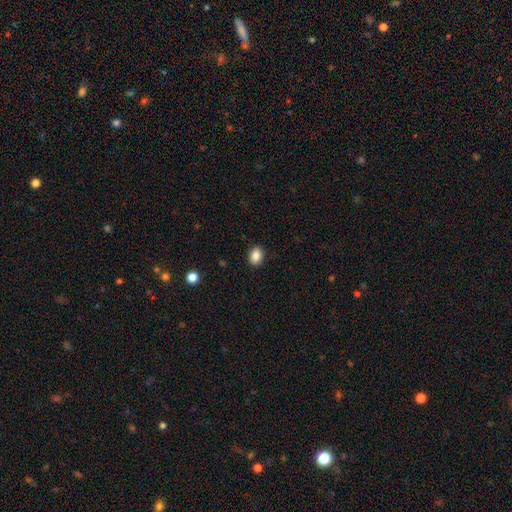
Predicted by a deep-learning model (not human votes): smooth-or-featured: smooth: 87% | star or artifact: 9% | featured or disk: 4%
  how-rounded: in between: 65% | round: 34% | cigar-shaped: 1%
  merging: none: 89% | minor disturbance: 8% | major disturbance: 2% | merger: 1%